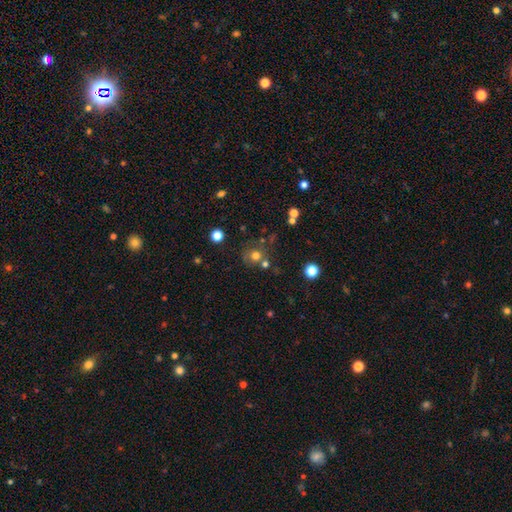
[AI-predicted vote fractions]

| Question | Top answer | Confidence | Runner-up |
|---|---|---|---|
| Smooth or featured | smooth | 70% | star or artifact (18%) |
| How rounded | round | 88% | in between (12%) |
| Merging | none | 63% | merger (17%) |